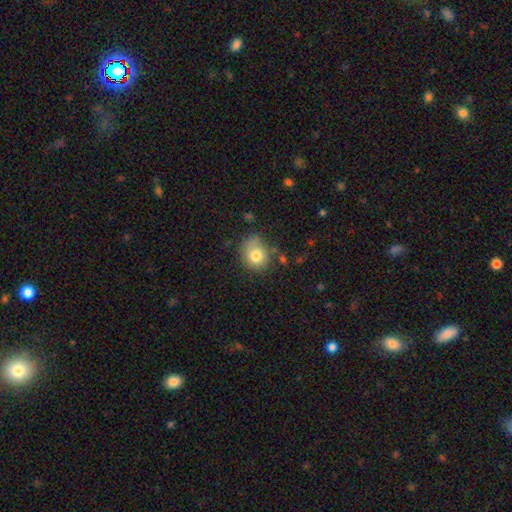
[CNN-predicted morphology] This appears to be a smooth galaxy with no disk features (79%) that is round (69%). Merging: none (62%).